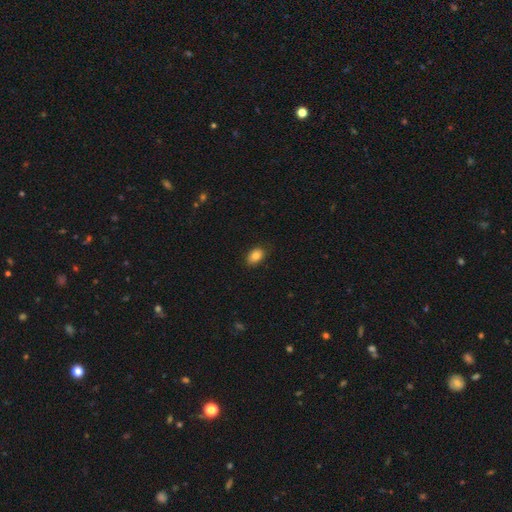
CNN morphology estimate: Smooth or featured?
  - smooth: 85% *
  - star or artifact: 9%
  - featured or disk: 6%
How rounded?
  - in between: 83% *
  - round: 15%
  - cigar-shaped: 1%
Merging?
  - none: 86% *
  - minor disturbance: 11%
  - major disturbance: 2%
  - merger: 1%